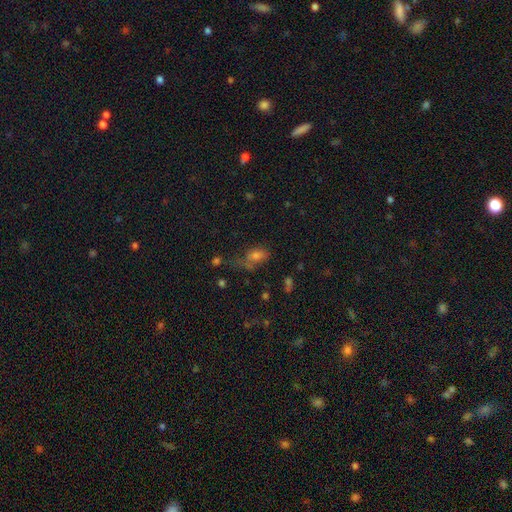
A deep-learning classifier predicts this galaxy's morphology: Q: Smooth or featured?
A: smooth (59%); runner-up: star or artifact (25%)
Q: How rounded?
A: in between (75%); runner-up: round (21%)
Q: Merging?
A: none (47%); runner-up: minor disturbance (24%)